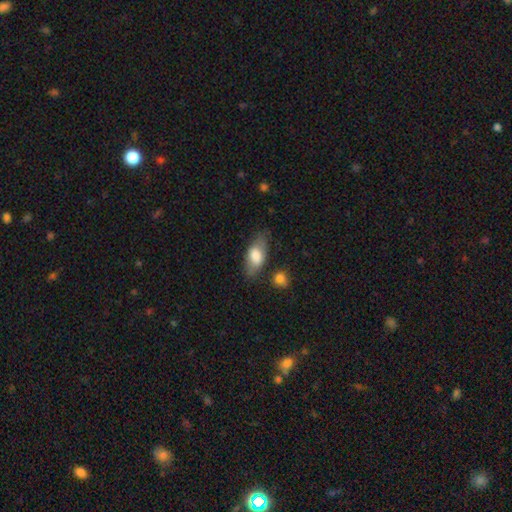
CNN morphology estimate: This appears to be a smooth galaxy with no disk features (72%) that is in between round and cigar-shaped (84%). Merging: none (71%).